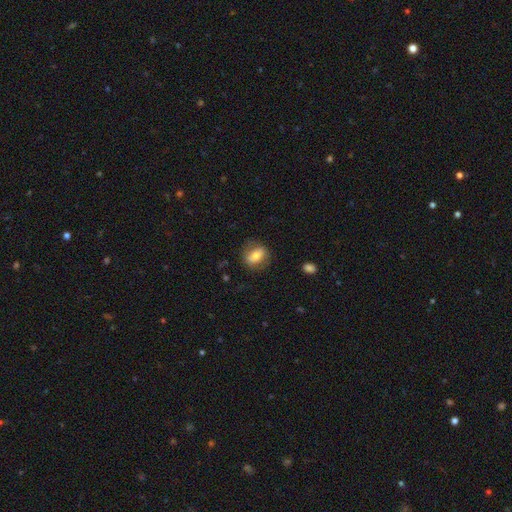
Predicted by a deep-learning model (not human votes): The model was most divided on "how rounded": in between: 64%, round: 33%, cigar-shaped: 3%. More confident: merging — none (77%); smooth or featured — smooth (68%).